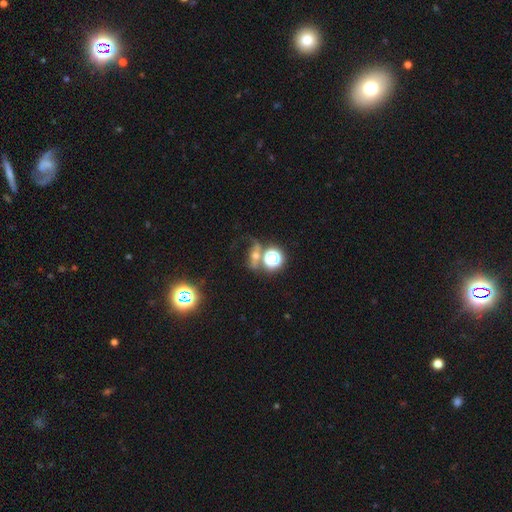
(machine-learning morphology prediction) Overall: smooth (34%, tied with star or artifact). Merging: none (45%; merger 22%).